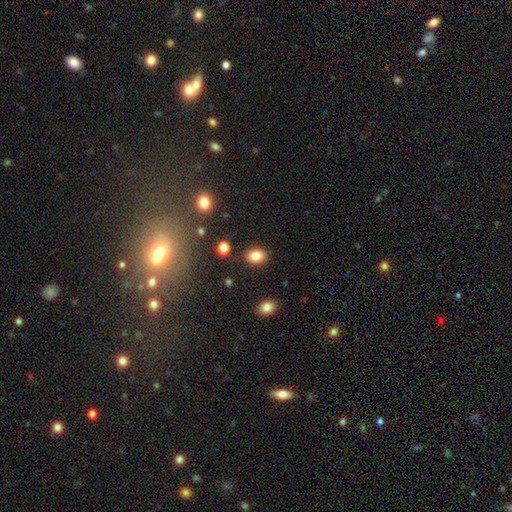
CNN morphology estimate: Overall: smooth (84%). How rounded: in between (69%; round 30%). Merging: none (84%).